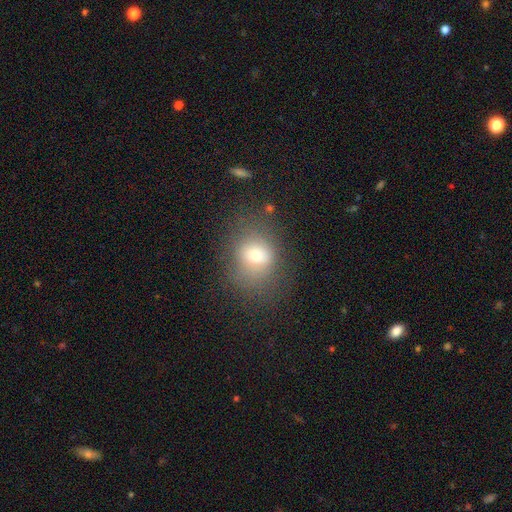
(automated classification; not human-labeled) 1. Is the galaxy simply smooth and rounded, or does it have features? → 69% smooth, 17% featured or disk, 15% star or artifact.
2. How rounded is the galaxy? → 51% round, 48% in between, 1% cigar-shaped.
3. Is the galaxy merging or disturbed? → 68% none, 18% minor disturbance, 11% major disturbance, 3% merger.